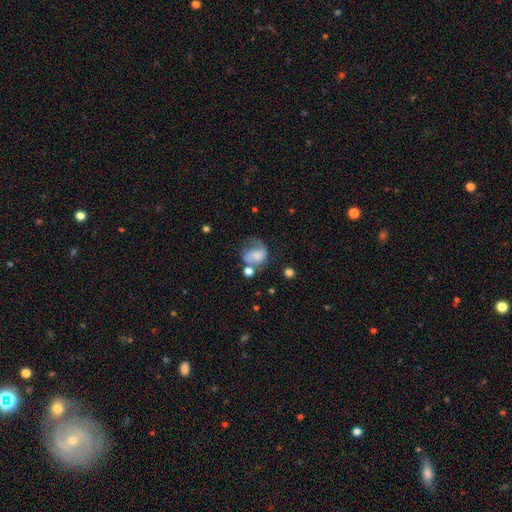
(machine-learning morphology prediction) A smooth galaxy with no disk features (48%).

Vote fractions:
- Smooth or featured? smooth: 48% / featured or disk: 41% / star or artifact: 10%
- Merging? major disturbance: 34% / none: 28% / minor disturbance: 24% / merger: 14%